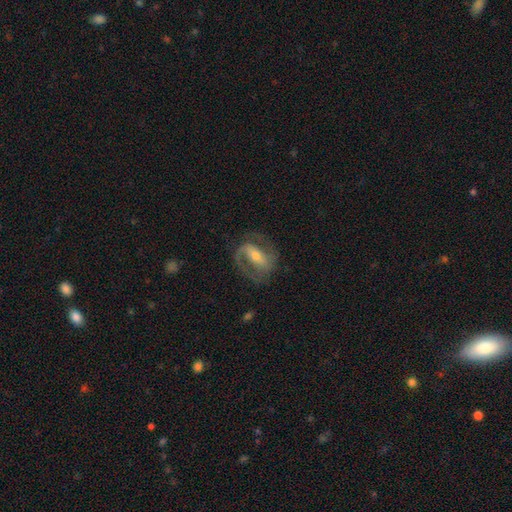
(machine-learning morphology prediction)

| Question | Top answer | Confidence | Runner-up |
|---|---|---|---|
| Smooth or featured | featured or disk | 82% | smooth (12%) |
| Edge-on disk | no | 95% | yes (5%) |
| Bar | strong | 52% | weak (31%) |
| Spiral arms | yes | 91% | no (9%) |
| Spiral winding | medium | 52% | tight (29%) |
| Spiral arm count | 2 | 82% | 1 (9%) |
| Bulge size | small | 47% | moderate (46%) |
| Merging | none | 72% | minor disturbance (15%) |